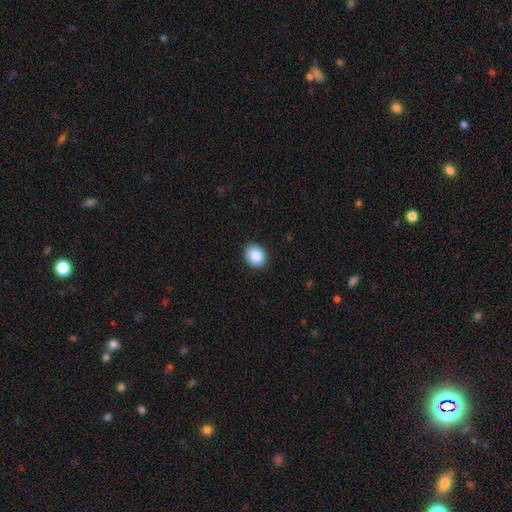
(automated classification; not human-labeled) This is clearly a smooth galaxy (89%). How rounded: possibly round (54%). Merging: clearly none (90%).